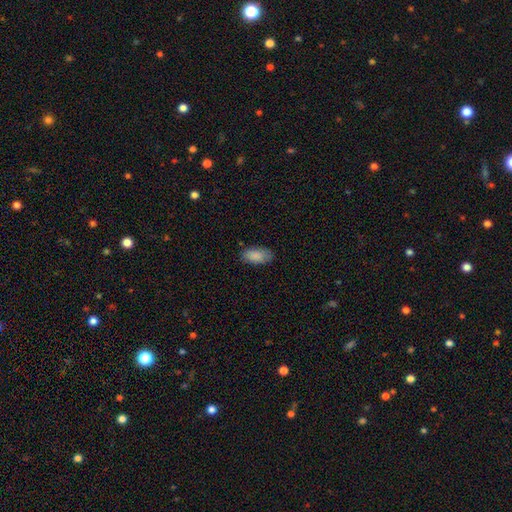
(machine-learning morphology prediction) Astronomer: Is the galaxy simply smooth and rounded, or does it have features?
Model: smooth — 88%.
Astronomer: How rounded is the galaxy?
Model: in between — 93%.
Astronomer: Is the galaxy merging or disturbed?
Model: none — 81%.